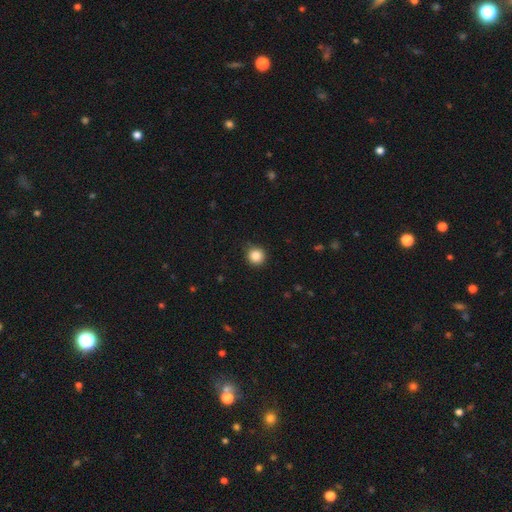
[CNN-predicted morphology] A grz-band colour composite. It shows a smooth galaxy with no disk features (86%) that is round (94%). Merging: none (85%).